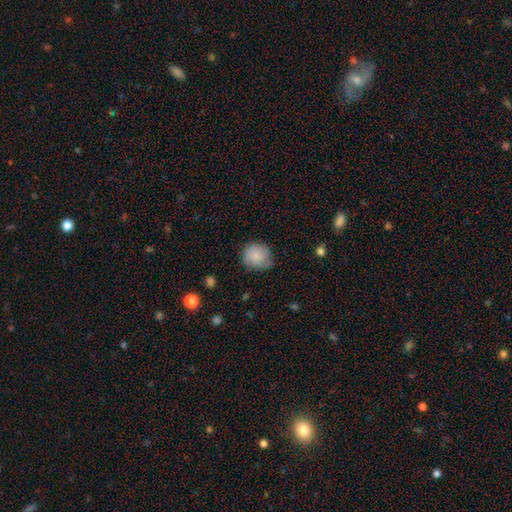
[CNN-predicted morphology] This appears to be a smooth galaxy with no disk features (84%) that is round (86%). Merging: none (72%).